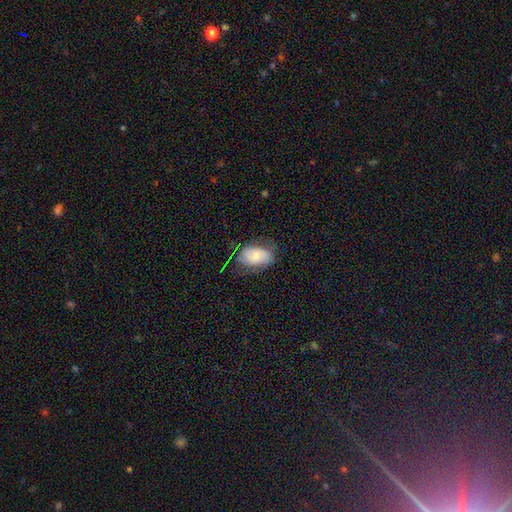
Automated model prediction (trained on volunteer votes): Morphology: type=smooth (66%); roundness=in between (90%); merging=none (60%).